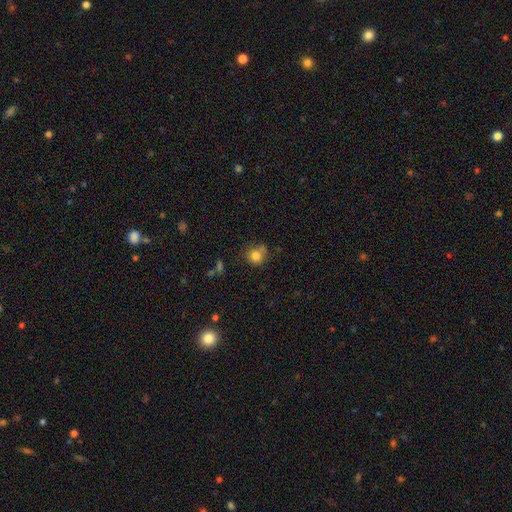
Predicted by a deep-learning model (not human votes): A smooth galaxy with no disk features (81%) that is round (85%). Merging: none (61%).